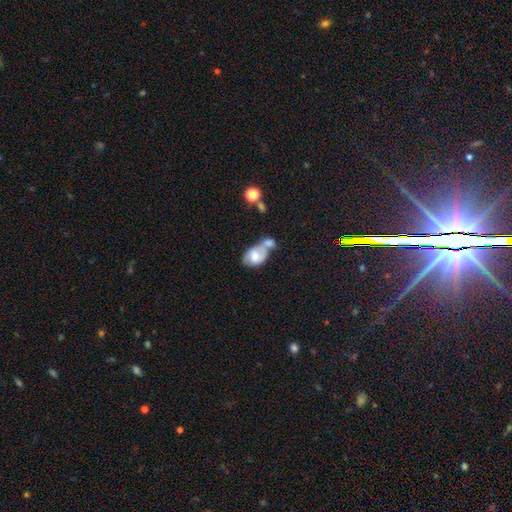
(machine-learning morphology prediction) Overall: smooth (53%; featured or disk 39%). How rounded: in between (83%). Merging: merger (60%).